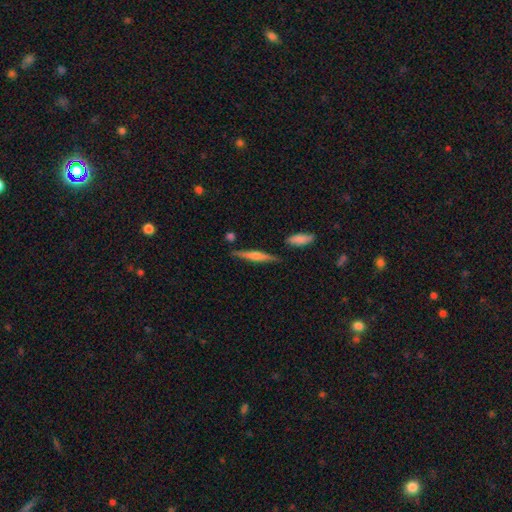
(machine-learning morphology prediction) A featured or disk galaxy (52%) viewed edge-on (97%) with a rounded central bulge (65%). Merging: none (82%).